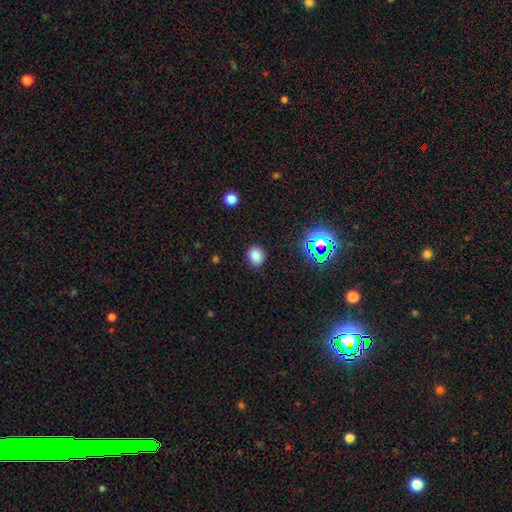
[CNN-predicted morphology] Smooth or featured? Predicted: smooth (p=0.80). How rounded? Predicted: round (p=0.67). Merging? Predicted: none (p=0.88).